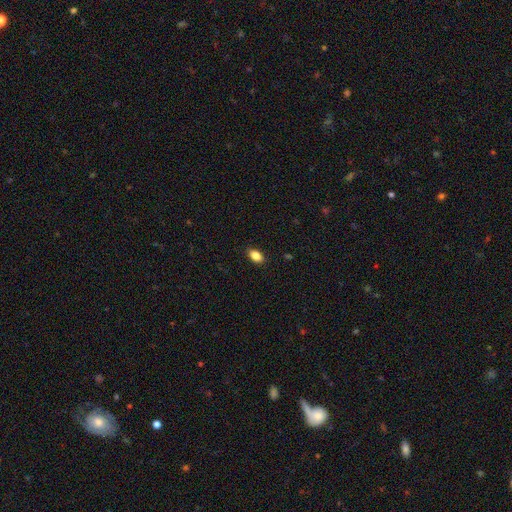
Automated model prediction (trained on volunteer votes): smooth_or_featured: smooth (p=0.86) [alt: star or artifact p=0.09]
how_rounded: in between (p=0.88) [alt: round p=0.10]
merging: none (p=0.88) [alt: minor disturbance p=0.09]